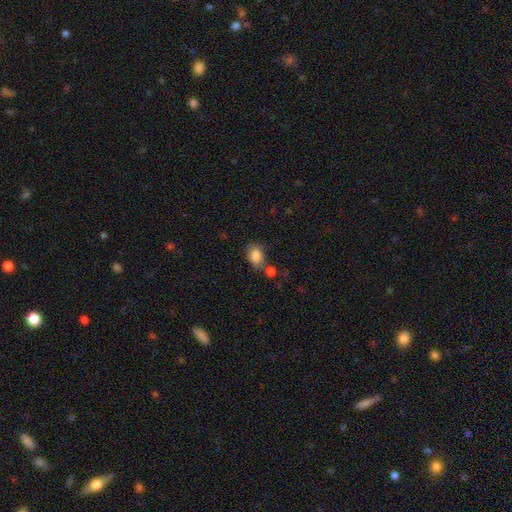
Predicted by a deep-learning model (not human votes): smooth_or_featured: smooth (p=0.85) [alt: star or artifact p=0.09]
how_rounded: in between (p=0.74) [alt: round p=0.25]
merging: none (p=0.56) [alt: minor disturbance p=0.19]